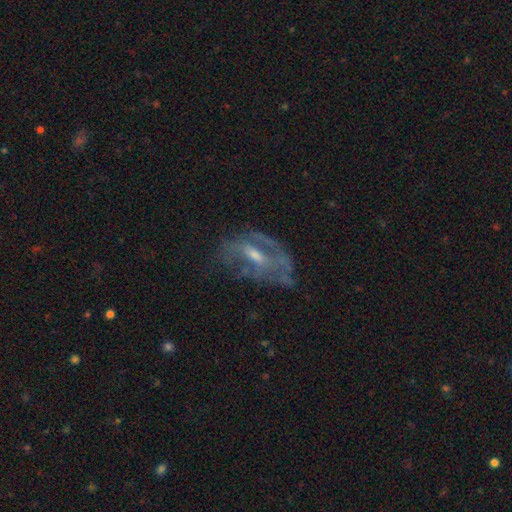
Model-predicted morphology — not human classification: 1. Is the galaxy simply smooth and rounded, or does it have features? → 69% featured or disk, 21% smooth, 10% star or artifact.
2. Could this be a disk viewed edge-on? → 91% no, 9% yes.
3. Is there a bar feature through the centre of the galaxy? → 42% no, 41% weak, 17% strong.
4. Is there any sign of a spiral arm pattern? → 53% no, 47% yes.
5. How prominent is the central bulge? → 46% moderate, 40% small, 9% none, 4% large, 1% dominant.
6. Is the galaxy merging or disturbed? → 43% none, 30% major disturbance, 23% minor disturbance, 4% merger.